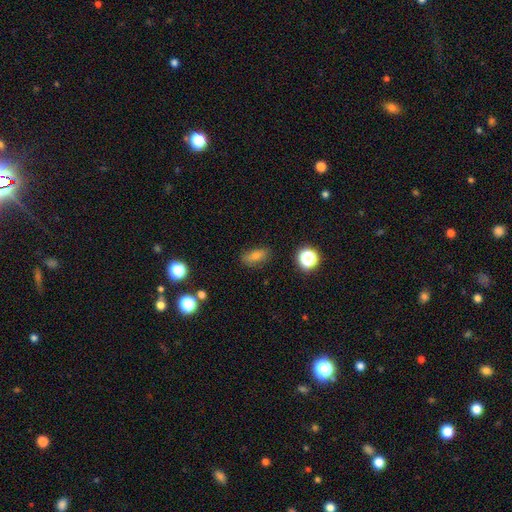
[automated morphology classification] smooth 65%, featured or disk 19%, star or artifact 16%. Down the decision tree: how rounded — in between (72%); merging — none (82%).